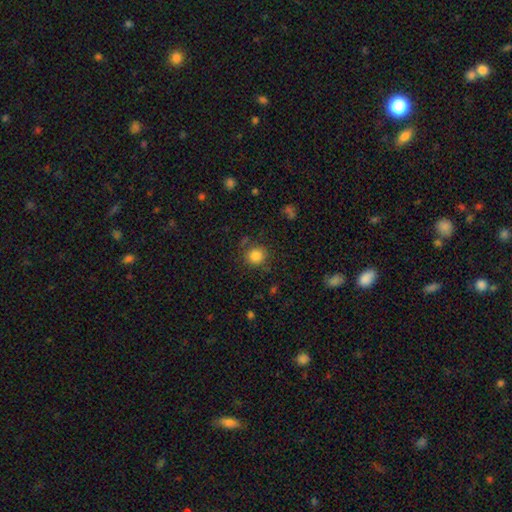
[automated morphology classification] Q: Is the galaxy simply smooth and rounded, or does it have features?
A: smooth — 85%.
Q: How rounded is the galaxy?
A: round — 91%.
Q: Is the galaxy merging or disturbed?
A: none — 82%.